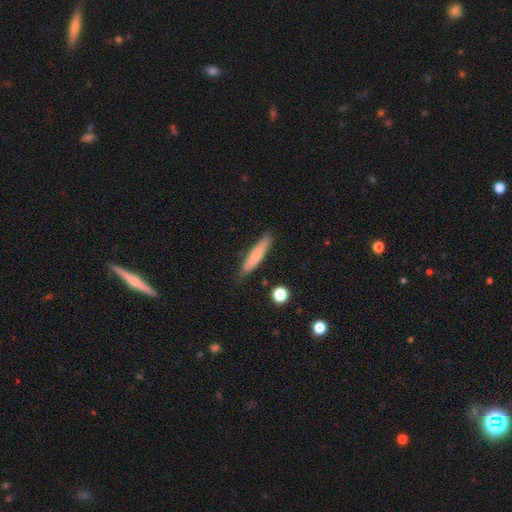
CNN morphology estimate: A smooth galaxy with no disk features (73%) that is cigar-shaped (89%).

Vote fractions:
- Smooth or featured? smooth: 73% / featured or disk: 20% / star or artifact: 7%
- How rounded? cigar-shaped: 89% / in between: 10% / round: 1%
- Merging? none: 85% / minor disturbance: 11% / major disturbance: 2% / merger: 2%